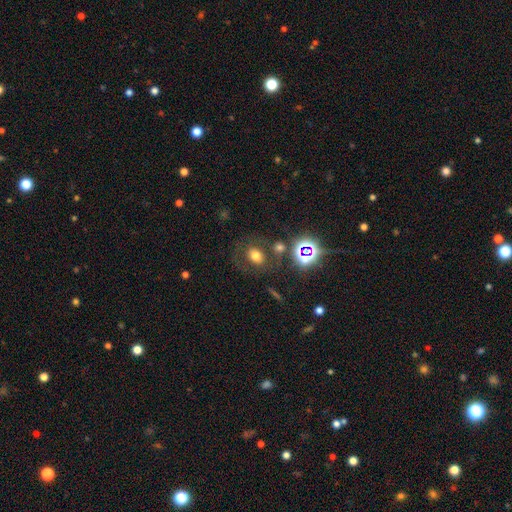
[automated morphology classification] A smooth galaxy with no disk features (63%) that is round (56%). Merging: none (70%).